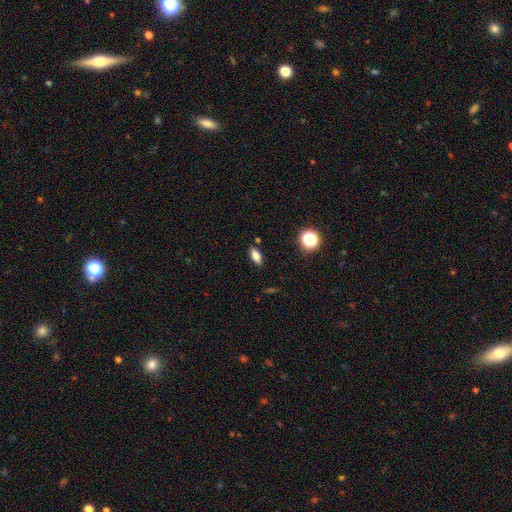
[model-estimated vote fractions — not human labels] A smooth galaxy with no disk features (78%) that is in between round and cigar-shaped (84%). Merging: none (87%).